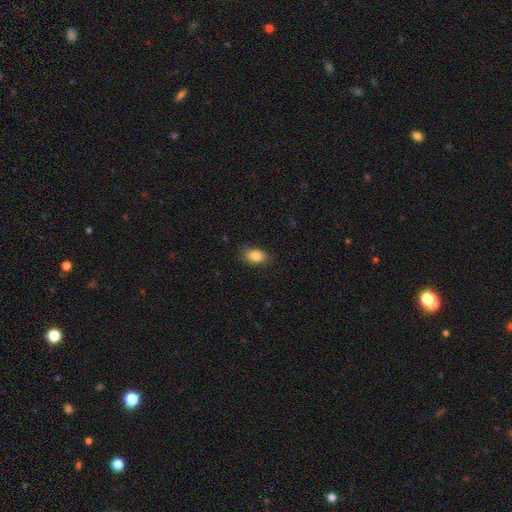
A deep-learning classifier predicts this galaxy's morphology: The model was most divided on "how rounded": in between: 84%, round: 14%, cigar-shaped: 2%. More confident: smooth or featured — smooth (85%); merging — none (83%).